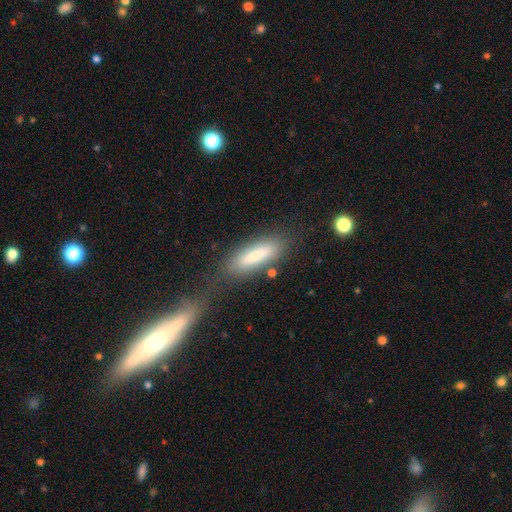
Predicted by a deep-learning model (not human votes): This appears to be a smooth galaxy with no disk features (79%) that is cigar-shaped (62%). Merging: none (63%).